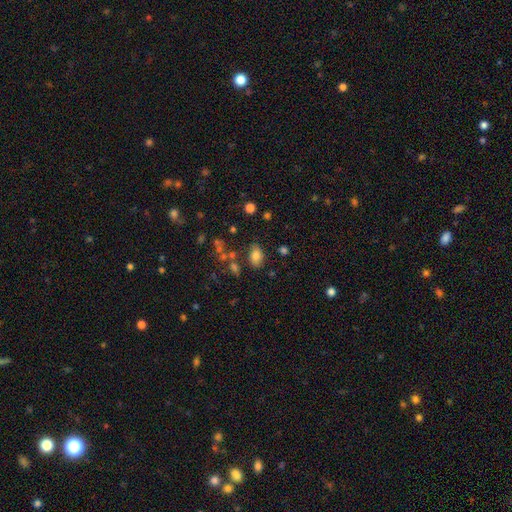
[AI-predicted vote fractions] The model was most divided on "merging": none: 74%, minor disturbance: 15%, merger: 6%, major disturbance: 5%. More confident: how rounded — in between (86%); smooth or featured — smooth (80%).